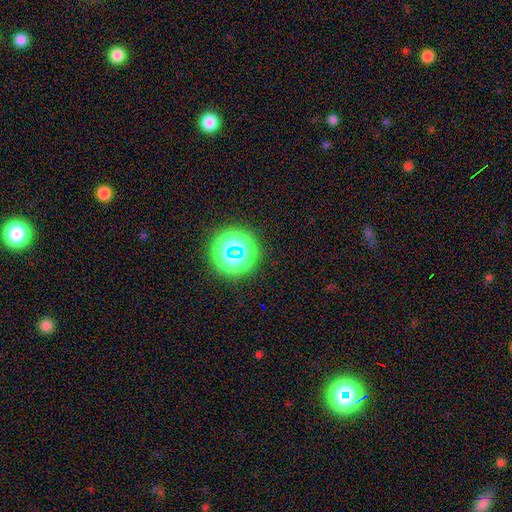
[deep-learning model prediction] Smooth or featured? Predicted: star or artifact (p=0.77).